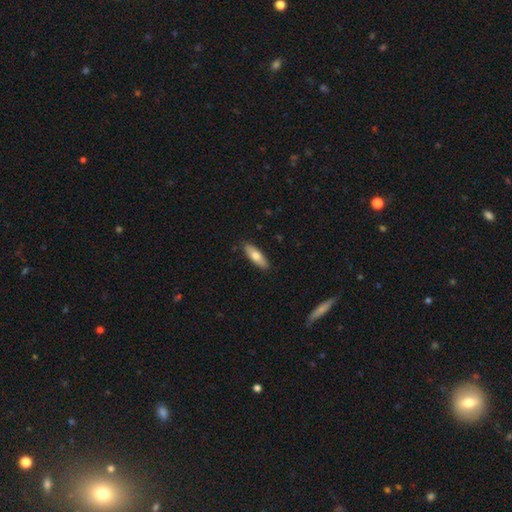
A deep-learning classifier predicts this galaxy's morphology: This is likely a smooth galaxy (70%). How rounded: possibly in between (56%). Merging: clearly none (88%).